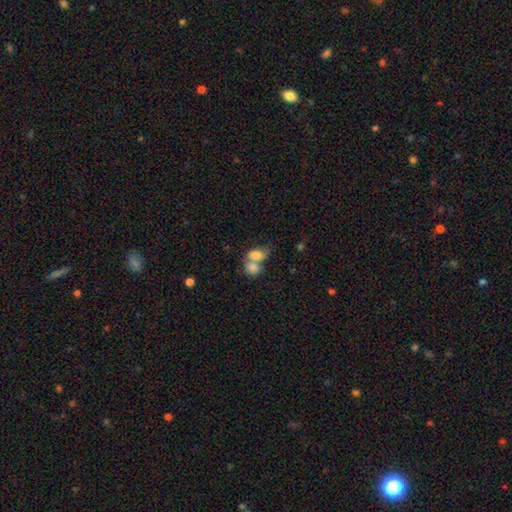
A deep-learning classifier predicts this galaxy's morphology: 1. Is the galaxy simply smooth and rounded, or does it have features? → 76% smooth, 16% featured or disk, 8% star or artifact.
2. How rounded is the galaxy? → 81% in between, 17% round, 2% cigar-shaped.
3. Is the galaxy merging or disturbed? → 73% merger, 15% none, 7% minor disturbance, 6% major disturbance.